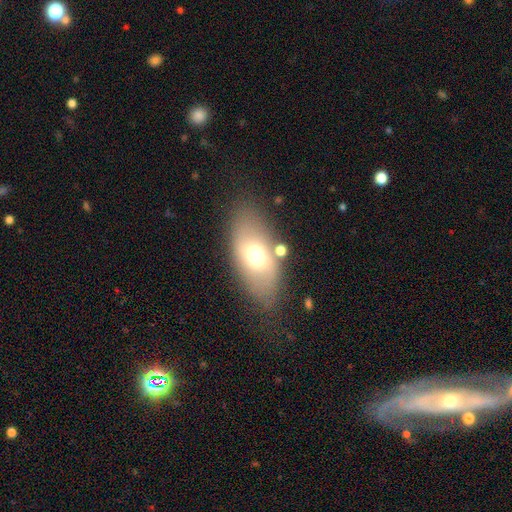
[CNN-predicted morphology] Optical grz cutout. It shows a smooth galaxy with no disk features (61%) that is in between round and cigar-shaped (90%). Merging: none (74%).